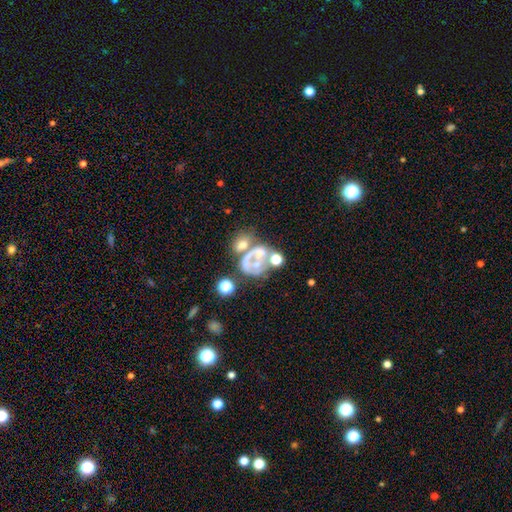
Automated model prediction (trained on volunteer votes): Morphology: type=featured or disk (51%); edge-on=no (98%); merging=merger (42%).